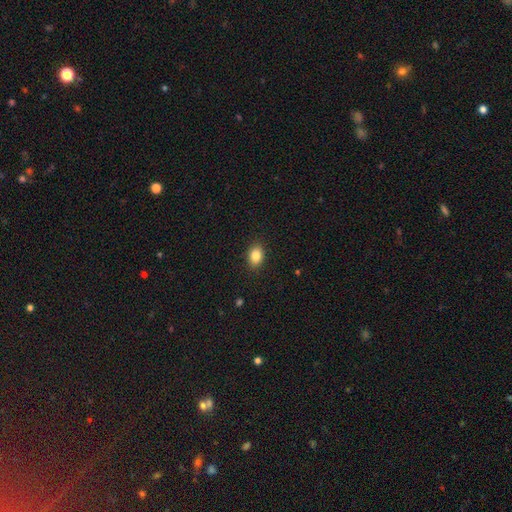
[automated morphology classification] The model was most divided on "how rounded": in between: 66%, round: 33%, cigar-shaped: 1%. More confident: merging — none (89%); smooth or featured — smooth (85%).